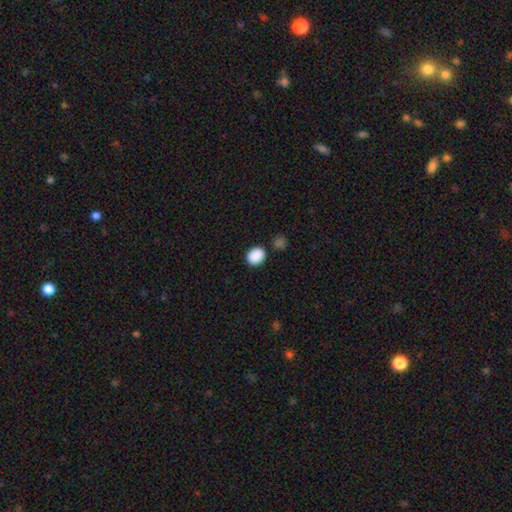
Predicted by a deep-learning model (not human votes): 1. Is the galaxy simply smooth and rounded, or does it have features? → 89% smooth, 8% star or artifact, 3% featured or disk.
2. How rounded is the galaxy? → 56% round, 43% in between, 1% cigar-shaped.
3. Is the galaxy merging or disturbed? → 80% none, 11% minor disturbance, 6% merger, 3% major disturbance.